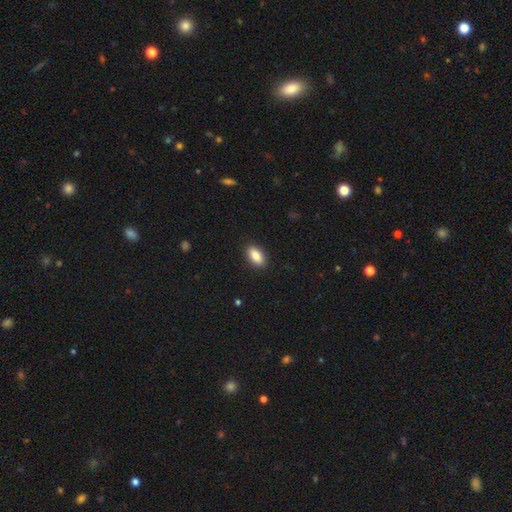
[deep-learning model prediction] Smooth or featured? Predicted: smooth (p=0.88). How rounded? Predicted: in between (p=0.89). Merging? Predicted: none (p=0.90).